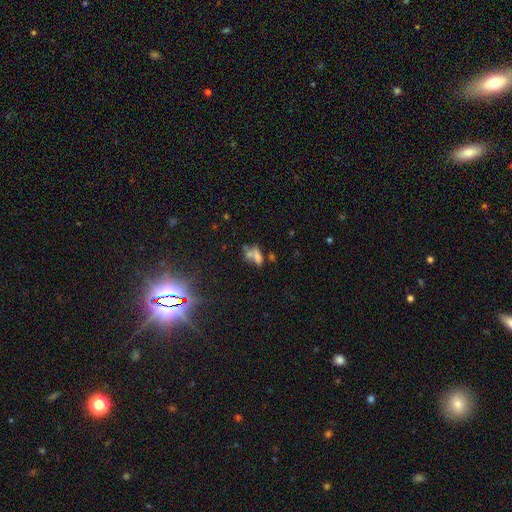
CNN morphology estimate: Overall: smooth (58%; featured or disk 23%). How rounded: in between (75%). Merging: merger (44%; none 29%).